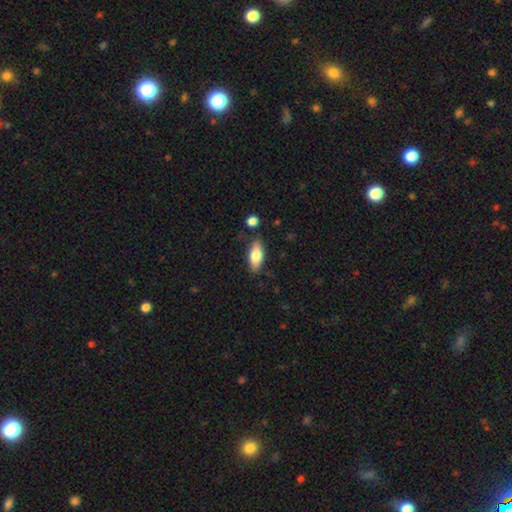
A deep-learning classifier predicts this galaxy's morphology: Smooth or featured? Predicted: smooth (p=0.76). How rounded? Predicted: in between (p=0.80). Merging? Predicted: none (p=0.80).